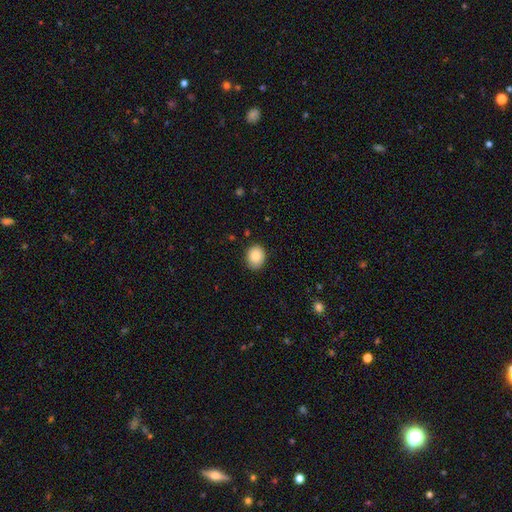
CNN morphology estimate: type=smooth (87%); roundness=in between (50%, tied with round); merging=none (87%).